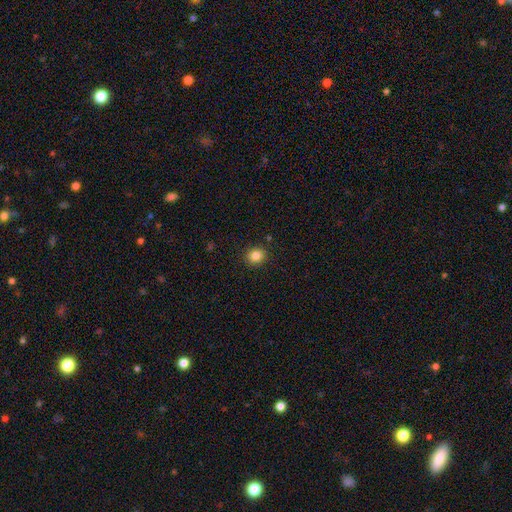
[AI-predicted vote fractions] smooth-or-featured: smooth: 84% | star or artifact: 11% | featured or disk: 5%
  how-rounded: round: 80% | in between: 19% | cigar-shaped: 1%
  merging: none: 90% | minor disturbance: 7% | major disturbance: 2% | merger: 1%